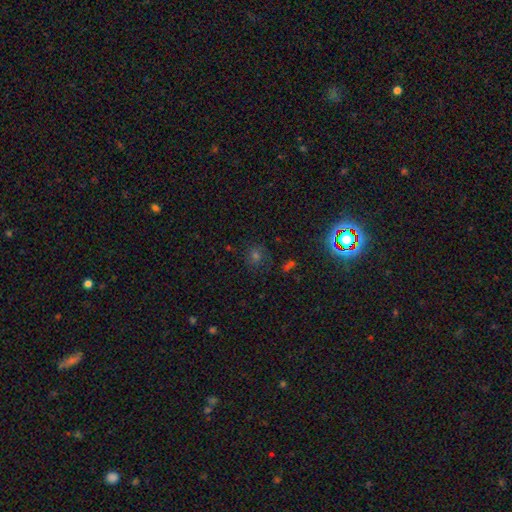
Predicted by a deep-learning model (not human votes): Overall: star or artifact (47%; smooth 40%).